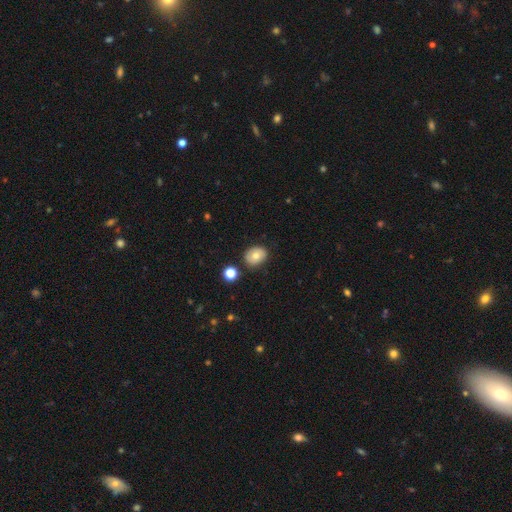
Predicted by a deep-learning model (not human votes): smooth-or-featured: smooth: 72% | featured or disk: 18% | star or artifact: 10%
  how-rounded: round: 52% | in between: 47% | cigar-shaped: 1%
  merging: none: 80% | minor disturbance: 13% | merger: 4% | major disturbance: 3%